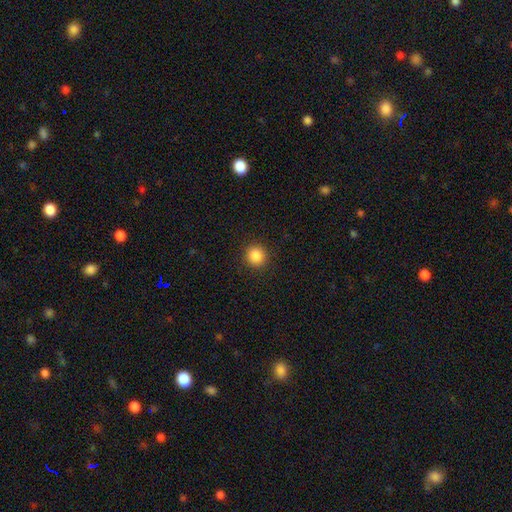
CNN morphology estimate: smooth 86%, star or artifact 10%, featured or disk 4%. Down the decision tree: how rounded — round (91%); merging — none (91%).